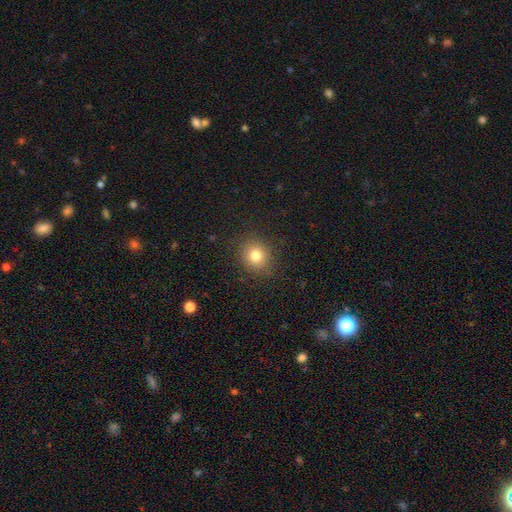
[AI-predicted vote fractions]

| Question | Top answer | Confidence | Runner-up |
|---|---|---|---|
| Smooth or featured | smooth | 79% | star or artifact (13%) |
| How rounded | round | 82% | in between (17%) |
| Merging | none | 88% | minor disturbance (8%) |